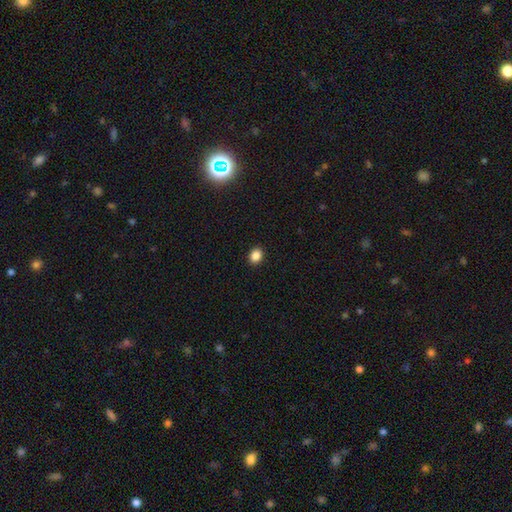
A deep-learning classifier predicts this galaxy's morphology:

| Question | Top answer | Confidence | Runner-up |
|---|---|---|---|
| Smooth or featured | smooth | 87% | star or artifact (10%) |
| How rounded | round | 52% | in between (47%) |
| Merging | none | 92% | minor disturbance (5%) |